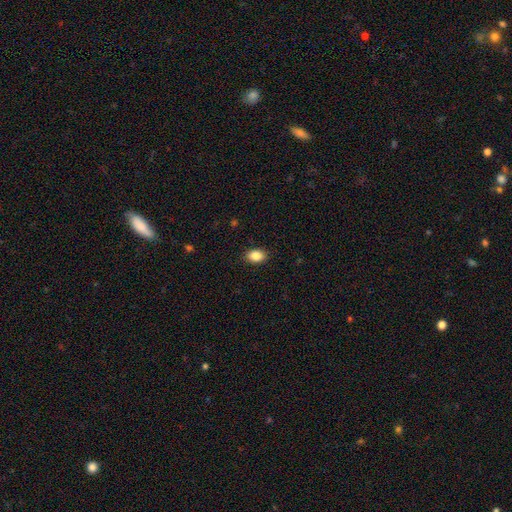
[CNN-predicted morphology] The model was most divided on "how rounded": in between: 80%, round: 19%, cigar-shaped: 1%. More confident: merging — none (89%); smooth or featured — smooth (86%).